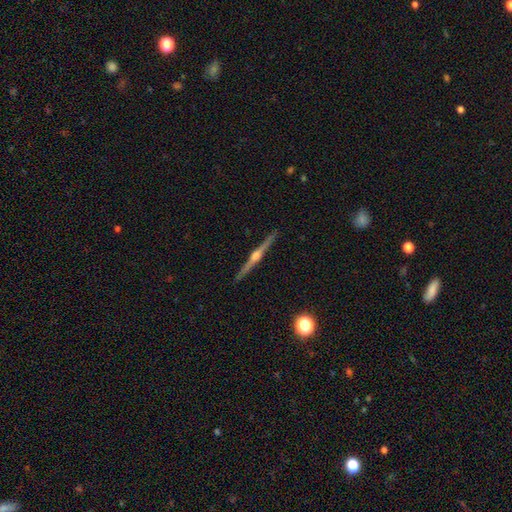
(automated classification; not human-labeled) A featured or disk galaxy (86%) viewed edge-on (99%) with a rounded central bulge (93%).

Vote fractions:
- Smooth or featured? featured or disk: 86% / smooth: 8% / star or artifact: 5%
- Edge-on disk? yes: 99% / no: 1%
- Edge-on bulge? rounded: 93% / boxy: 4% / none: 3%
- Merging? none: 93% / minor disturbance: 5% / major disturbance: 1% / merger: 1%